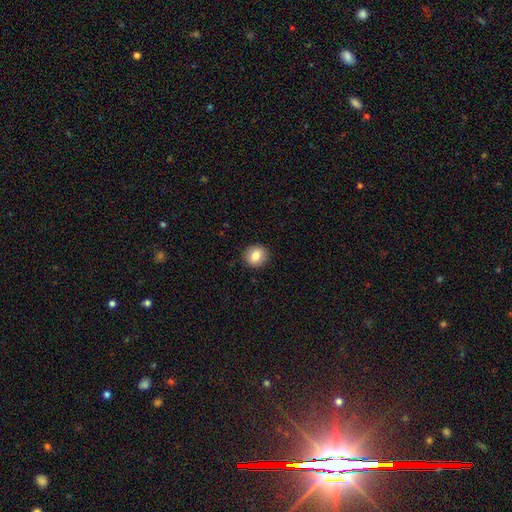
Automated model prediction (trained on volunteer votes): Q: Smooth or featured?
A: smooth (82%); runner-up: featured or disk (10%)
Q: How rounded?
A: round (81%); runner-up: in between (18%)
Q: Merging?
A: none (90%); runner-up: minor disturbance (7%)